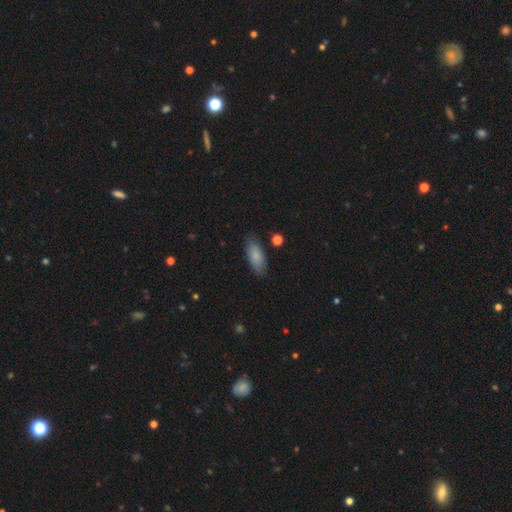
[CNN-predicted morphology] Q: Smooth or featured?
A: smooth (84%); runner-up: featured or disk (10%)
Q: How rounded?
A: in between (81%); runner-up: cigar-shaped (17%)
Q: Merging?
A: none (81%); runner-up: minor disturbance (14%)